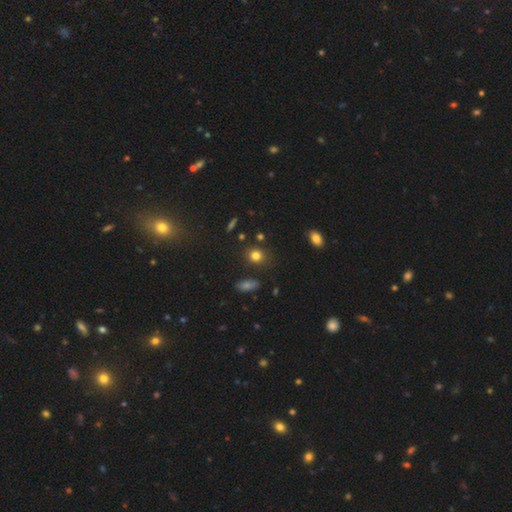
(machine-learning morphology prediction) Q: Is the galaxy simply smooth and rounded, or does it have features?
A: smooth — 79%.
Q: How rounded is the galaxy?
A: round — 72%.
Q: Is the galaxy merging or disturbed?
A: none — 82%.